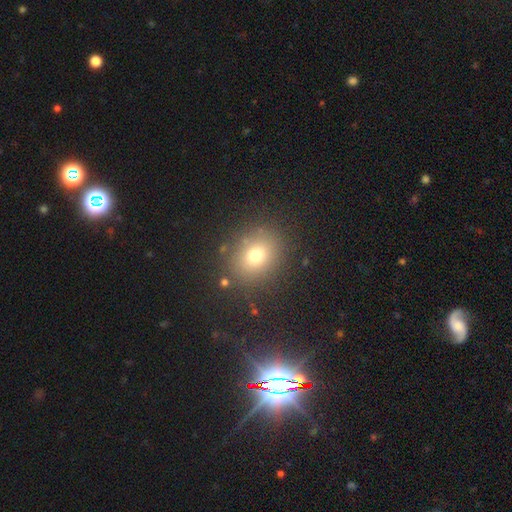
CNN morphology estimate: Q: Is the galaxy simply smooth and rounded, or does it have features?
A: smooth — 71%.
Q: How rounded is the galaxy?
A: round — 67%.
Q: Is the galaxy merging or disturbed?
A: none — 84%.